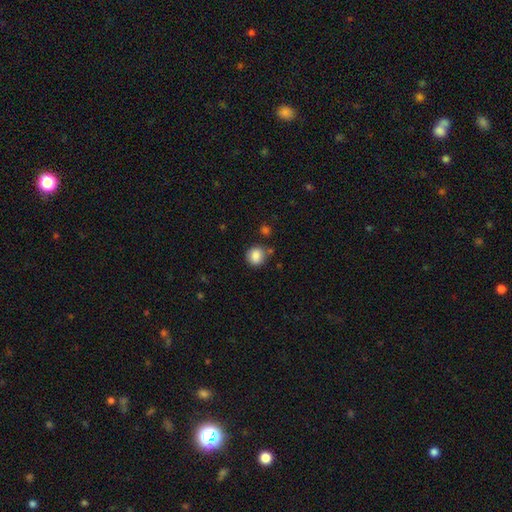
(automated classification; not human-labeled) smooth-or-featured: smooth: 86% | star or artifact: 9% | featured or disk: 6%
  how-rounded: round: 79% | in between: 20% | cigar-shaped: 1%
  merging: none: 77% | minor disturbance: 14% | merger: 6% | major disturbance: 4%